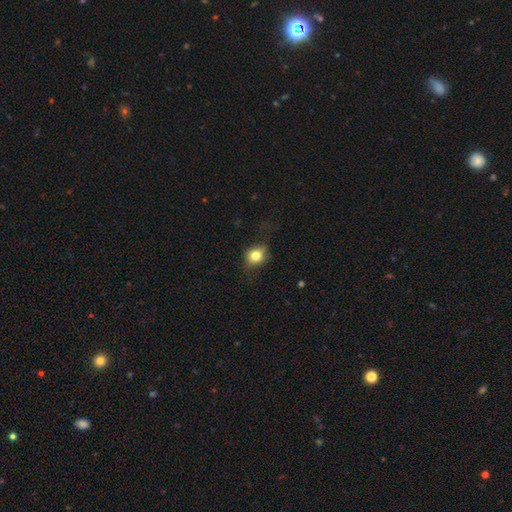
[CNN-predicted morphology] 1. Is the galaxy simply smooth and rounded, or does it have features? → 77% smooth, 12% featured or disk, 10% star or artifact.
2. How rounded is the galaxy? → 63% round, 36% in between, 1% cigar-shaped.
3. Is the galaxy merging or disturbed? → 70% none, 20% minor disturbance, 9% major disturbance, 1% merger.